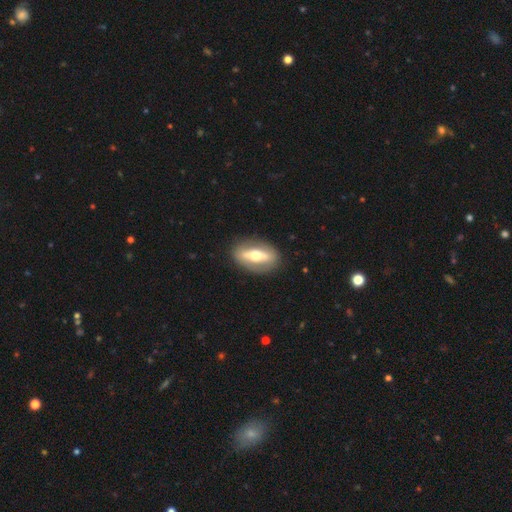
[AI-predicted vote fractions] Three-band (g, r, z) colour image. It shows a featured or disk galaxy (57%). Merging: none (84%).